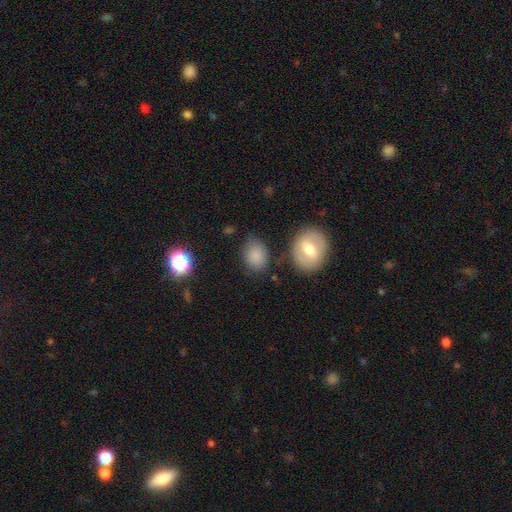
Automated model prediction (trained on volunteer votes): Overall: smooth (82%). How rounded: in between (63%; round 36%). Merging: none (71%).